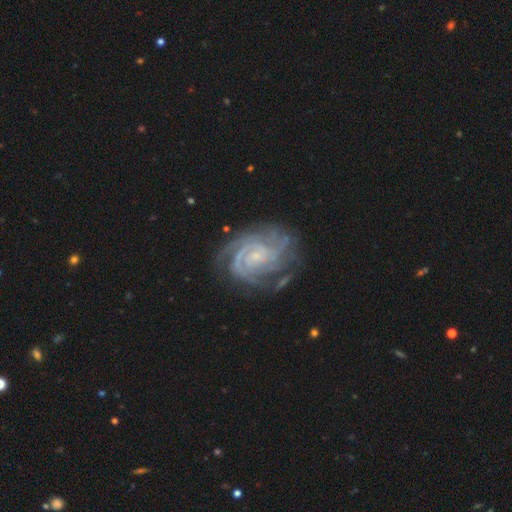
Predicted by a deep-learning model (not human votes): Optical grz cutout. It shows a featured or disk galaxy (88%) with no bar (62%), tight (68%) spiral arms (97%) and a small central bulge (74%). Merging: none (72%).